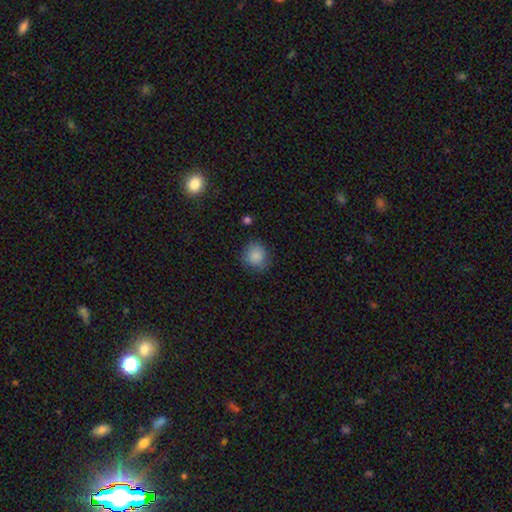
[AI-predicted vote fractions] A smooth galaxy with no disk features (86%) that is round (88%).

Vote fractions:
- Smooth or featured? smooth: 86% / star or artifact: 8% / featured or disk: 5%
- How rounded? round: 88% / in between: 12% / cigar-shaped: 1%
- Merging? none: 81% / minor disturbance: 14% / major disturbance: 4% / merger: 2%